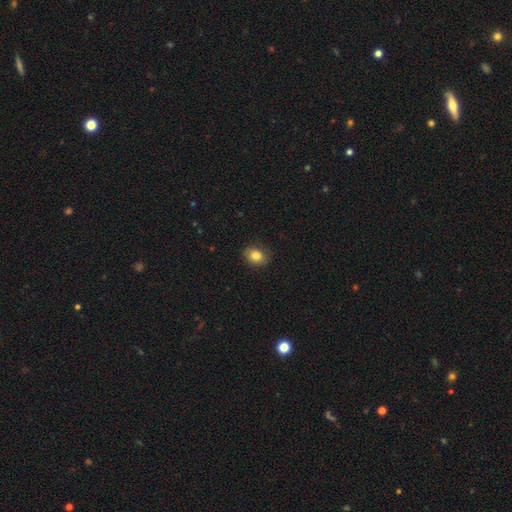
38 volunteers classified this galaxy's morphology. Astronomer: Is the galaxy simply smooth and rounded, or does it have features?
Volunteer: smooth — 95%.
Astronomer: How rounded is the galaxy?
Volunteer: in between — 67%.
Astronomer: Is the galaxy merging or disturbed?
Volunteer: none — 86%.